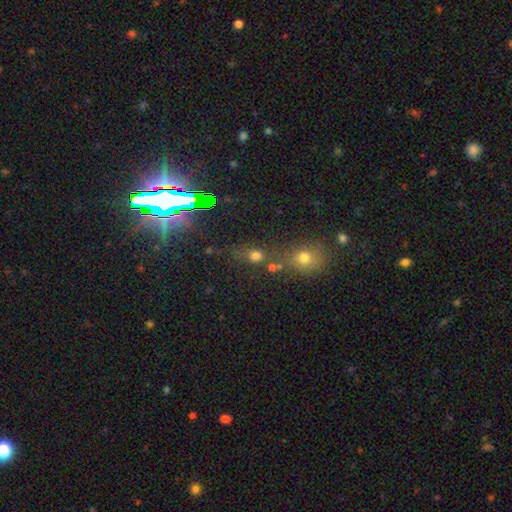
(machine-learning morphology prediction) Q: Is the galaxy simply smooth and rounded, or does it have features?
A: smooth — 67%.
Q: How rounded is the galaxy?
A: round — 69%.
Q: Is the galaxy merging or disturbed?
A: none — 58%.